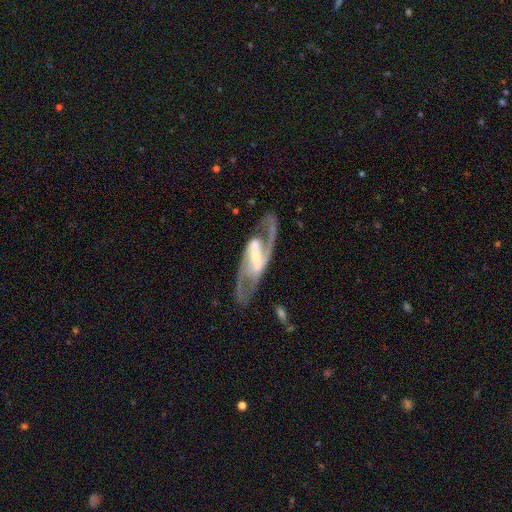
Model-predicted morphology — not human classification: Smooth or featured? Predicted: featured or disk (p=0.89). Edge-on disk? Predicted: no (p=0.92). Bar? Predicted: strong (p=0.65). Spiral arms? Predicted: yes (p=0.94). Spiral winding? Predicted: medium (p=0.57). Spiral arm count? Predicted: 2 (p=0.89). Bulge size? Predicted: small (p=0.48). Merging? Predicted: none (p=0.75).